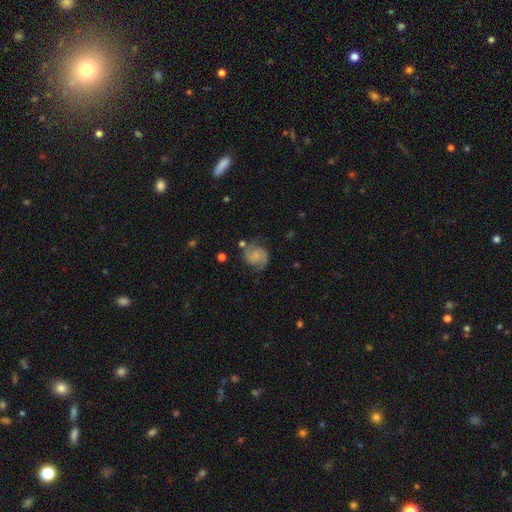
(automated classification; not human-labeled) Smooth or featured?
  - featured or disk: 70% *
  - smooth: 22%
  - star or artifact: 8%
Edge-on disk?
  - no: 98% *
  - yes: 2%
Bar?
  - no: 64% *
  - weak: 30%
  - strong: 6%
Spiral arms?
  - yes: 95% *
  - no: 5%
Spiral winding?
  - medium: 49% *
  - tight: 29%
  - loose: 22%
Spiral arm count?
  - 2: 90% *
  - can't tell: 5%
  - 1: 2%
  - 3: 2%
  - 4: 1%
  - more than 4: 1%
Bulge size?
  - small: 43% *
  - none: 39%
  - moderate: 13%
  - large: 3%
  - dominant: 2%
Merging?
  - none: 69% *
  - minor disturbance: 19%
  - major disturbance: 8%
  - merger: 4%